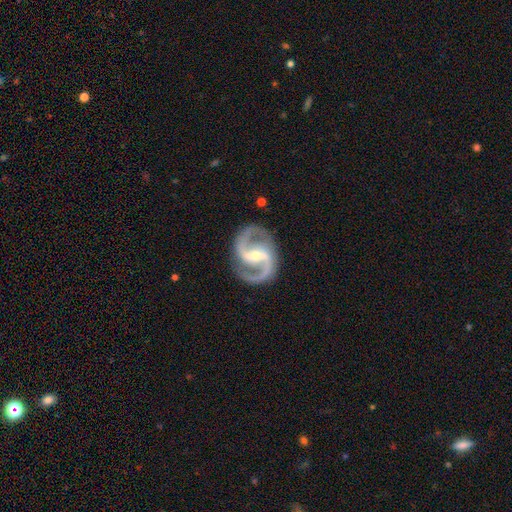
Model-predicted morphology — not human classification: Overall: featured or disk (94%). Edge-on disk: no (98%). Bar: strong (49%; weak 37%). Spiral arms: yes (98%). Spiral arm count: 2 (94%). Spiral winding: medium (66%). Bulge size: small (48%; moderate 47%). Merging: none (86%).